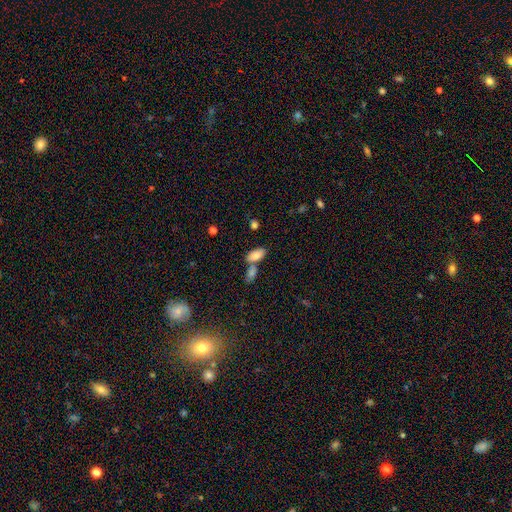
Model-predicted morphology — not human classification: Smooth or featured: smooth — 84% (featured or disk — 9%)
How rounded: in between — 90% (cigar-shaped — 7%)
Merging: none — 47% (merger — 40%)